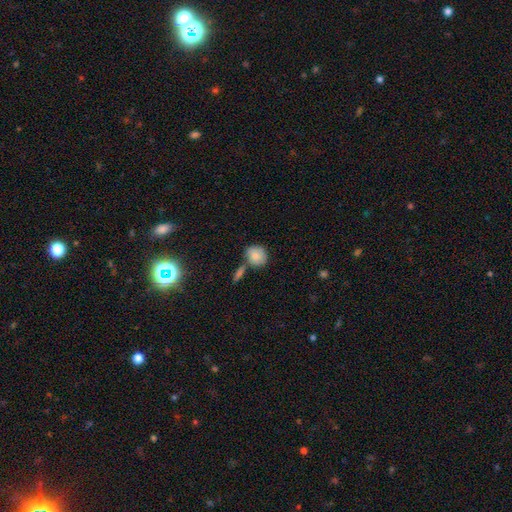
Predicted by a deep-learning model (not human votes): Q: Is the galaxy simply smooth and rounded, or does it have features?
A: smooth — 81%.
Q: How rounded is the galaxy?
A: round — 75%.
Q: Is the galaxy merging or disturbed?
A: none — 57%.